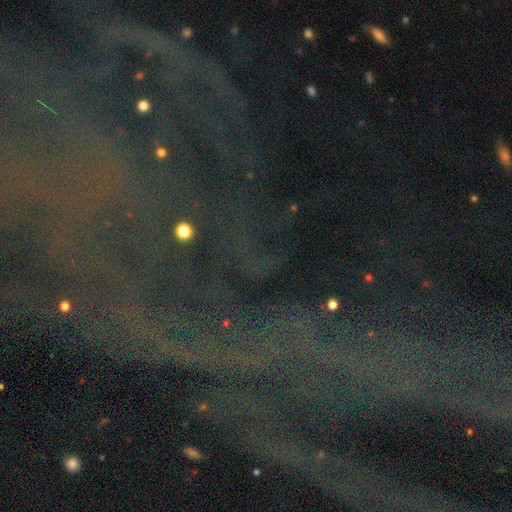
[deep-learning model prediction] This appears to be a star or artifact, not a galaxy (83%).